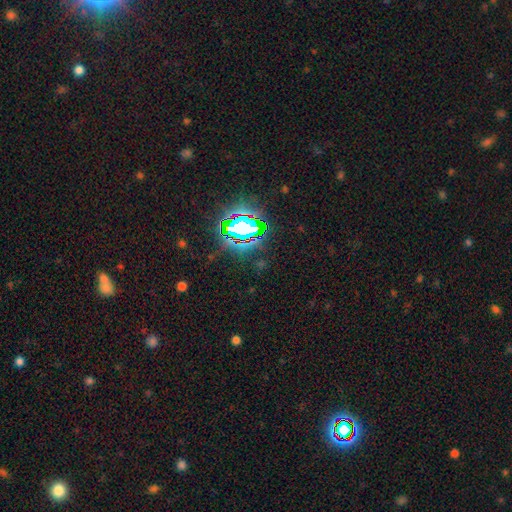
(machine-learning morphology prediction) Smooth or featured: star or artifact — 79% (smooth — 13%)